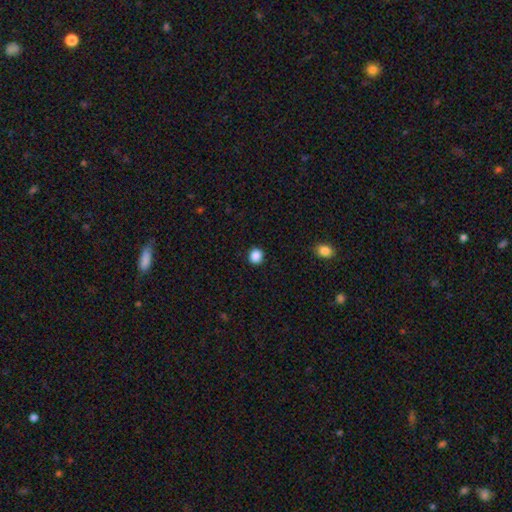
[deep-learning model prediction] smooth-or-featured: smooth: 87% | star or artifact: 10% | featured or disk: 3%
  how-rounded: round: 85% | in between: 14% | cigar-shaped: 1%
  merging: none: 91% | minor disturbance: 6% | major disturbance: 2% | merger: 1%